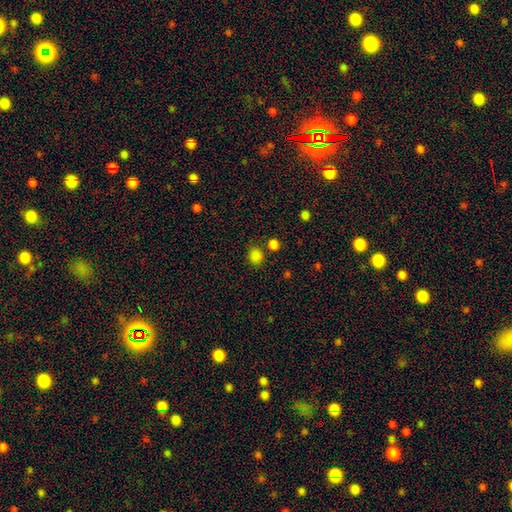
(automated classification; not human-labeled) Smooth or featured? smooth (82%)
How rounded? round (82%)
Merging? none (77%)